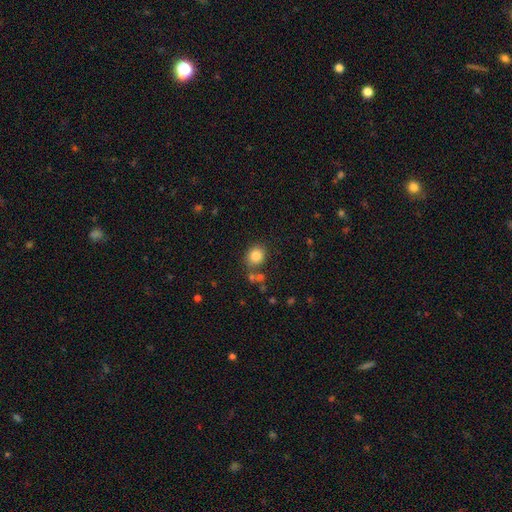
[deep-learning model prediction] This appears to be a smooth galaxy with no disk features (83%) that is round (73%). Merging: none (76%).